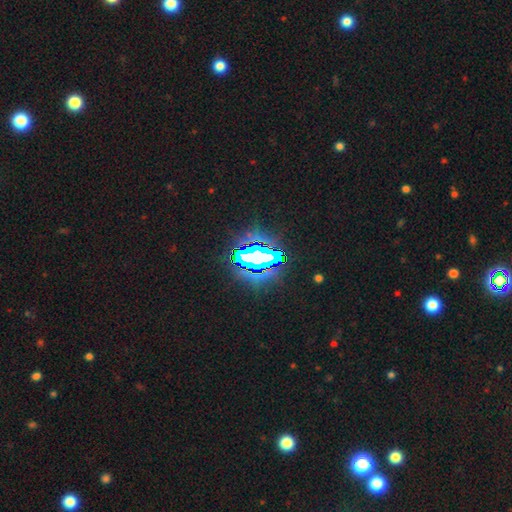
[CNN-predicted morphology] Overall: star or artifact (75%).